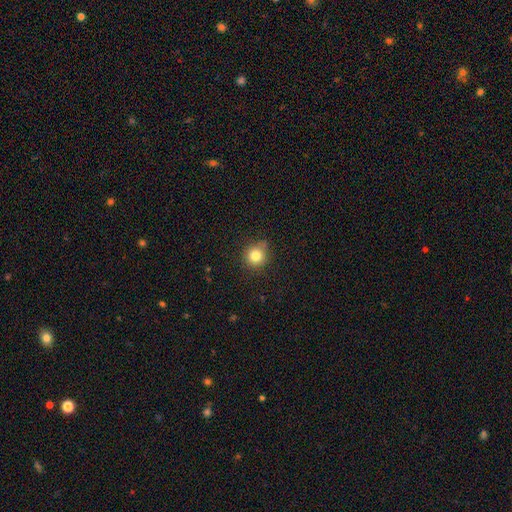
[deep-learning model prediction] Smooth or featured: smooth — 81% (star or artifact — 12%)
How rounded: round — 89% (in between — 10%)
Merging: none — 77% (minor disturbance — 17%)